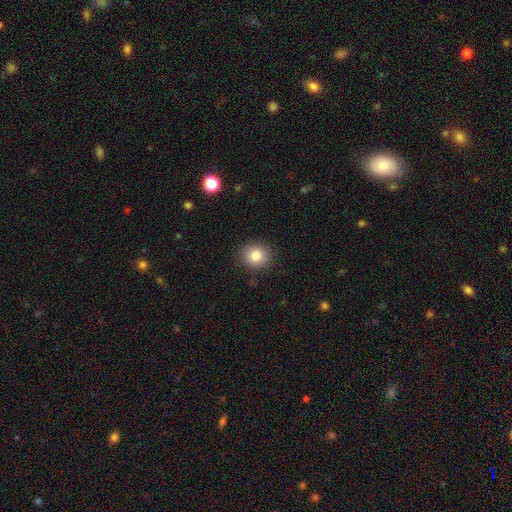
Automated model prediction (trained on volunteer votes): This is clearly a smooth galaxy (84%). How rounded: likely round (77%). Merging: clearly none (88%).